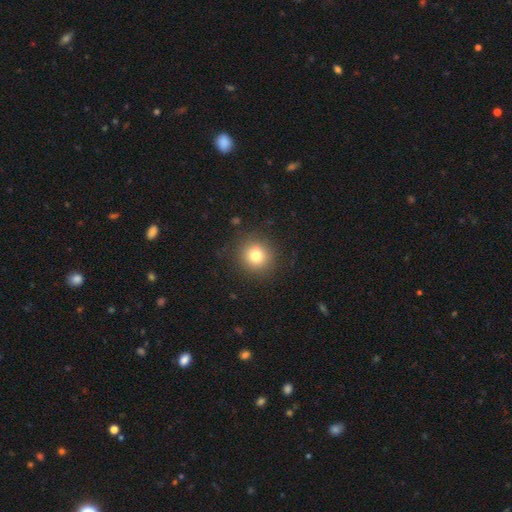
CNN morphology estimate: type=smooth (79%); roundness=round (92%); merging=none (89%).